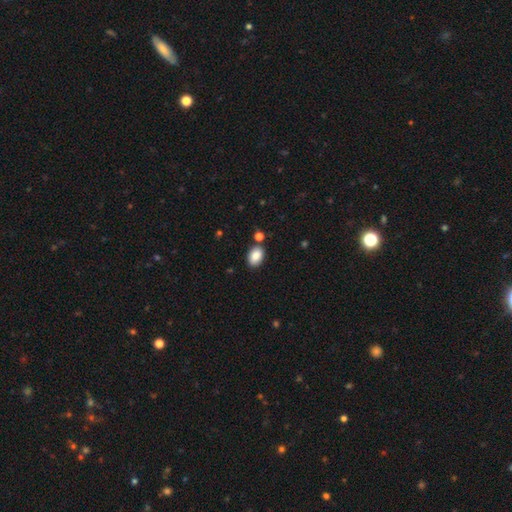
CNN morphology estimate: Q: Smooth or featured?
A: smooth (87%); runner-up: star or artifact (8%)
Q: How rounded?
A: in between (84%); runner-up: round (15%)
Q: Merging?
A: none (79%); runner-up: minor disturbance (11%)